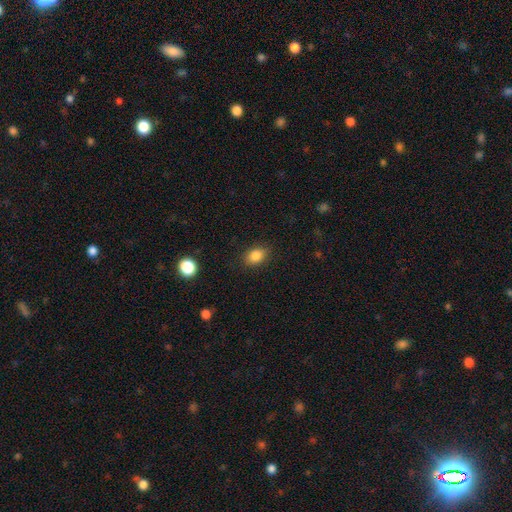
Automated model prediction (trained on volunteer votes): Smooth or featured? smooth (85%)
How rounded? in between (73%)
Merging? none (87%)